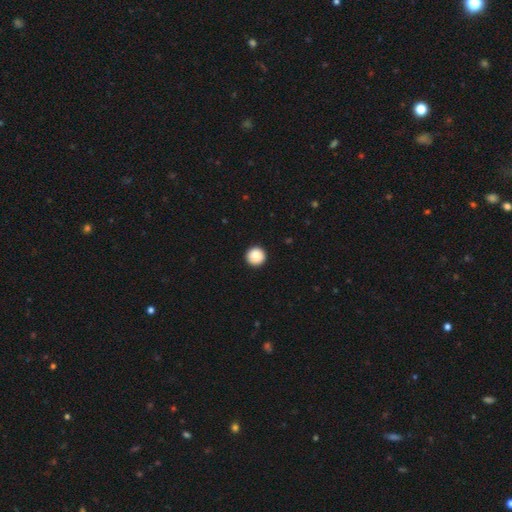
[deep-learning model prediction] Overall: smooth (88%). How rounded: round (96%). Merging: none (94%).